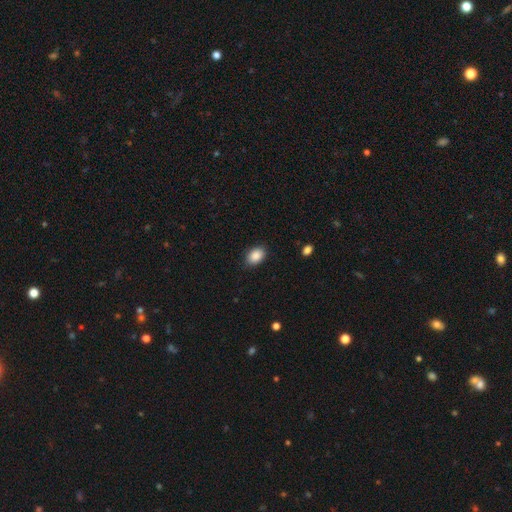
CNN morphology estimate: A smooth galaxy with no disk features (88%) that is in between round and cigar-shaped (79%). Merging: none (84%).